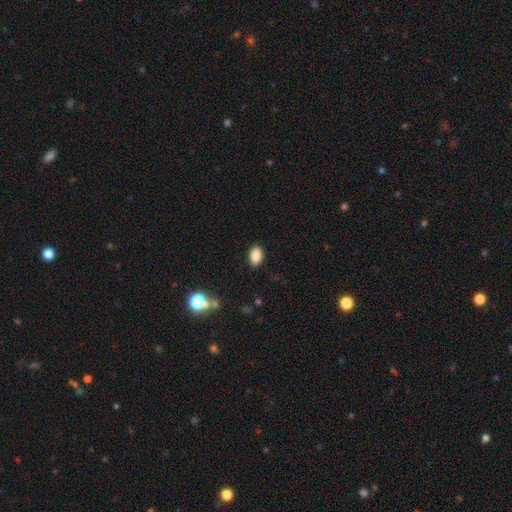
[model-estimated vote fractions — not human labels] The model was most divided on "smooth or featured": smooth: 86%, star or artifact: 9%, featured or disk: 4%. More confident: merging — none (89%); how rounded — in between (88%).